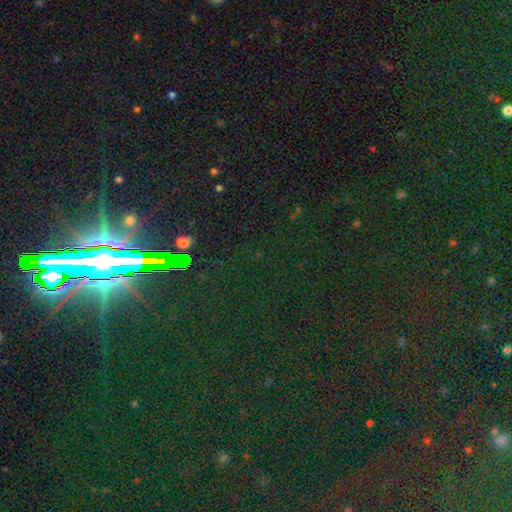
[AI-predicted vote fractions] Q: Smooth or featured?
A: star or artifact (83%); runner-up: smooth (9%)